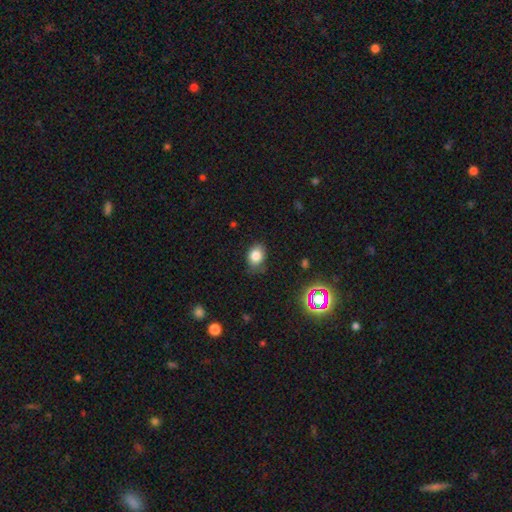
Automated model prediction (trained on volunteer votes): The model was most divided on "how rounded": in between: 67%, round: 32%, cigar-shaped: 1%. More confident: smooth or featured — smooth (81%); merging — none (72%).